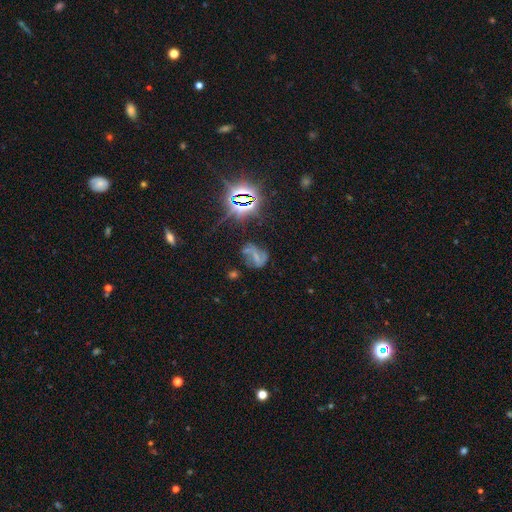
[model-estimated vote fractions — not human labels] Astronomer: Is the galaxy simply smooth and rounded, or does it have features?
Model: featured or disk — 51% (runner-up: star or artifact, 31%).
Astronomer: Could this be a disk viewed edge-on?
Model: no — 96%.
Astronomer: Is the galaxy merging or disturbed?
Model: none — 47%.